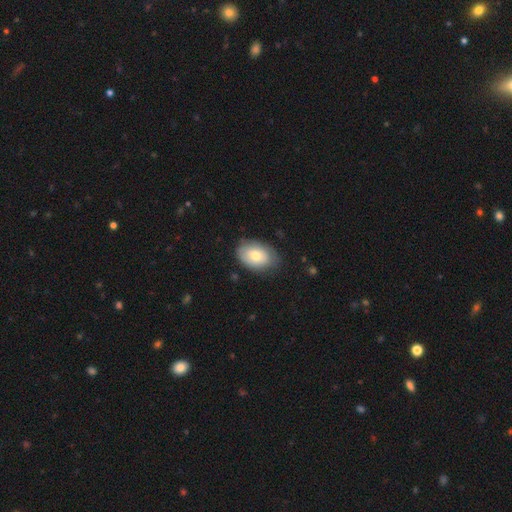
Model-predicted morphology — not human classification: type=smooth (70%); roundness=in between (85%); merging=none (74%).